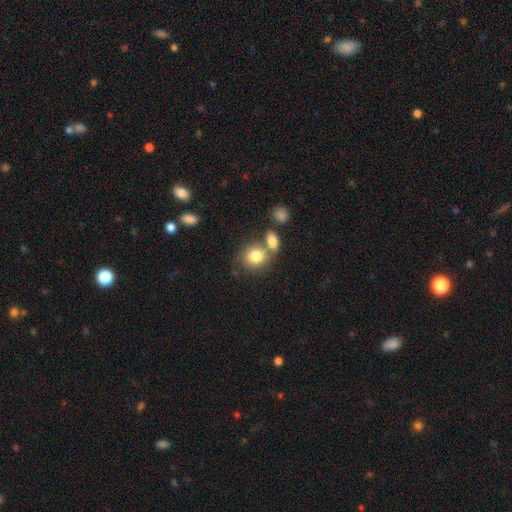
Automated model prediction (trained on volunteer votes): smooth-or-featured: smooth: 82% | featured or disk: 10% | star or artifact: 8%
  how-rounded: round: 61% | in between: 38% | cigar-shaped: 1%
  merging: none: 48% | merger: 37% | minor disturbance: 11% | major disturbance: 4%